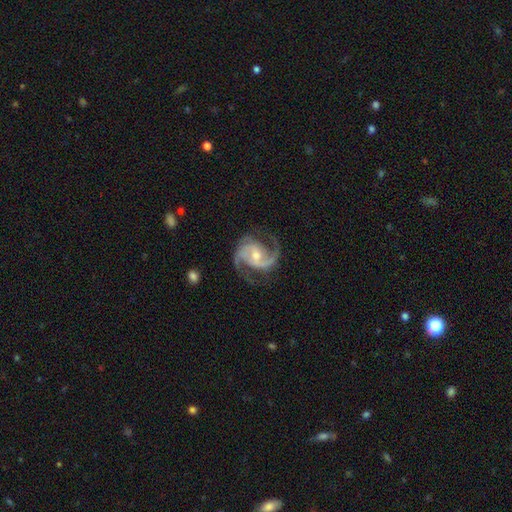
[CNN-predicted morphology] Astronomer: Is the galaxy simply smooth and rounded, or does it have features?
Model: featured or disk — 93%.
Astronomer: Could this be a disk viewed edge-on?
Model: no — 98%.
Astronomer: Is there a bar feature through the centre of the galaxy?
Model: weak — 44% (runner-up: no, 40%).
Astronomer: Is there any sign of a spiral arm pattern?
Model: yes — 98%.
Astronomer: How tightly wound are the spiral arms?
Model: medium — 62%.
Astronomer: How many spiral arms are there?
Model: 2 — 85%.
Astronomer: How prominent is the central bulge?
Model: moderate — 59% (runner-up: small, 34%).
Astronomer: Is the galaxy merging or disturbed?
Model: none — 75%.